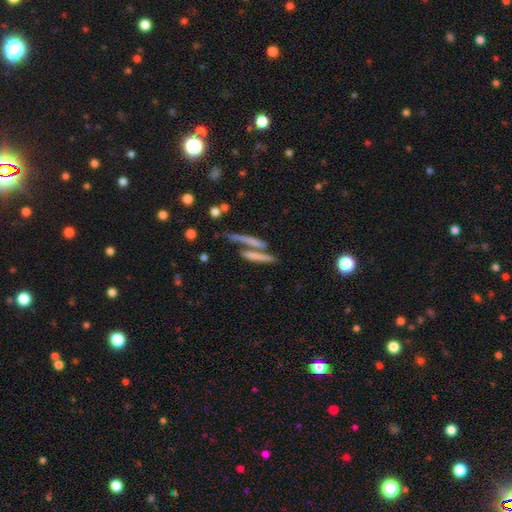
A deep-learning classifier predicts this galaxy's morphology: Overall: smooth (57%; featured or disk 33%). How rounded: cigar-shaped (88%). Merging: none (50%; merger 34%).